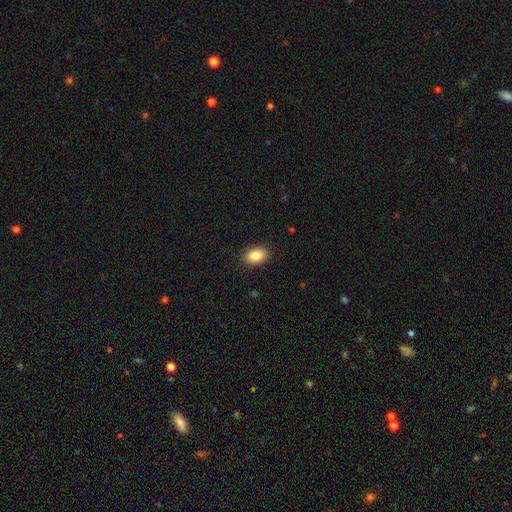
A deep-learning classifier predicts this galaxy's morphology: The model was most divided on "how rounded": in between: 82%, round: 17%, cigar-shaped: 1%. More confident: merging — none (89%); smooth or featured — smooth (85%).